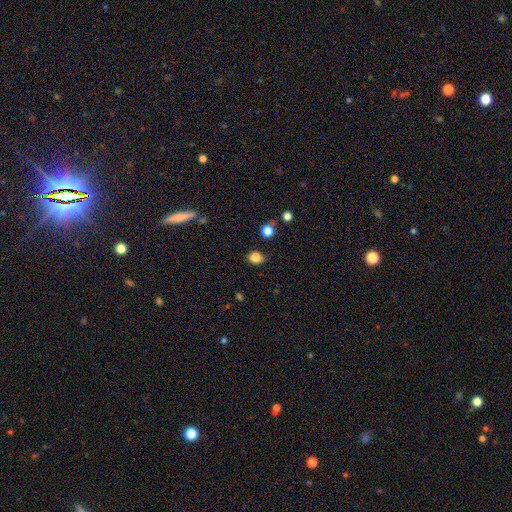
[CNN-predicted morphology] This appears to be a smooth galaxy with no disk features (83%) that is in between round and cigar-shaped (57%). Merging: none (74%).